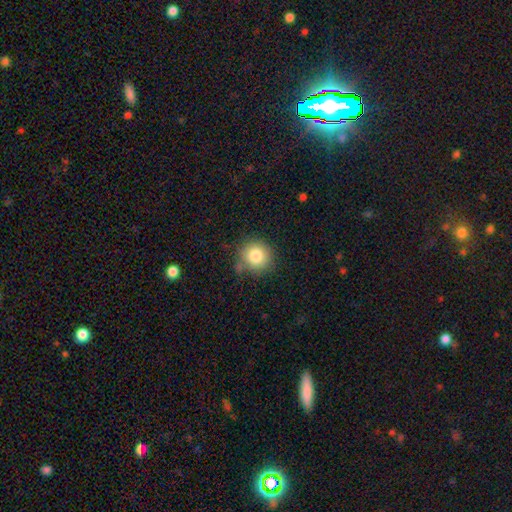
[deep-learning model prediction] Overall: smooth (82%). How rounded: round (92%). Merging: none (78%).